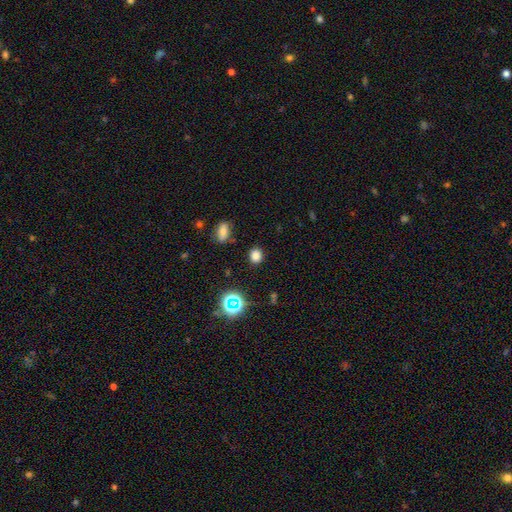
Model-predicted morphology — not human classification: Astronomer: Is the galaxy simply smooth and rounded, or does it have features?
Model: smooth — 78%.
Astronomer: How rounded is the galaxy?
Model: round — 68%.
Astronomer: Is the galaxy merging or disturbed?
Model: none — 87%.